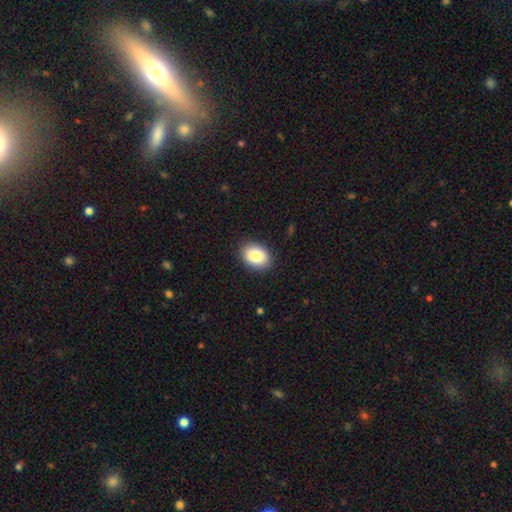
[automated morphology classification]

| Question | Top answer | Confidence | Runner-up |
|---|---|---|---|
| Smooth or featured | smooth | 85% | star or artifact (8%) |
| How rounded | in between | 69% | round (30%) |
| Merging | none | 89% | minor disturbance (8%) |